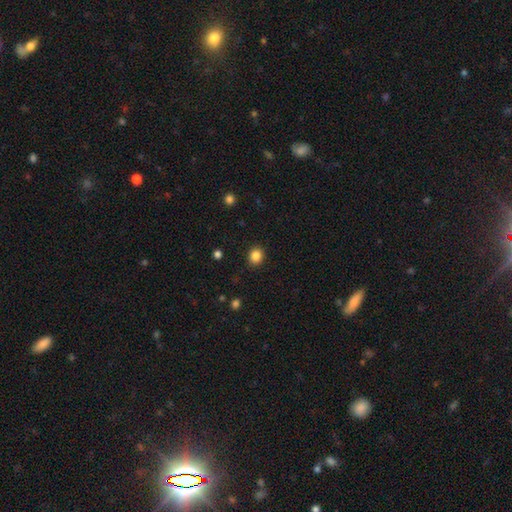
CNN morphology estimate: A smooth galaxy with no disk features (85%) that is round (73%).

Vote fractions:
- Smooth or featured? smooth: 85% / star or artifact: 11% / featured or disk: 4%
- How rounded? round: 73% / in between: 27% / cigar-shaped: 1%
- Merging? none: 90% / minor disturbance: 7% / major disturbance: 2% / merger: 1%